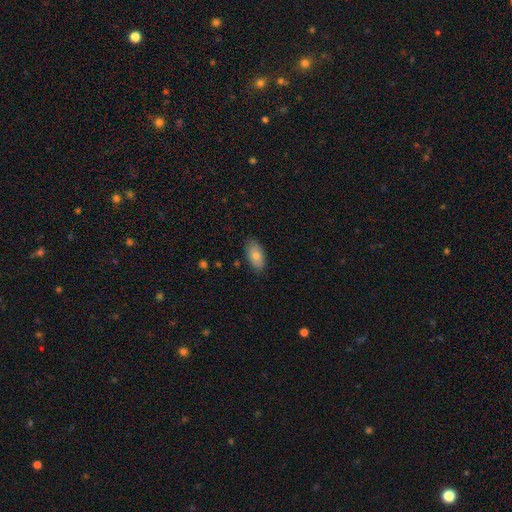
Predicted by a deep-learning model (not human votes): smooth 78%, featured or disk 15%, star or artifact 7%. Down the decision tree: how rounded — in between (92%); merging — none (85%).